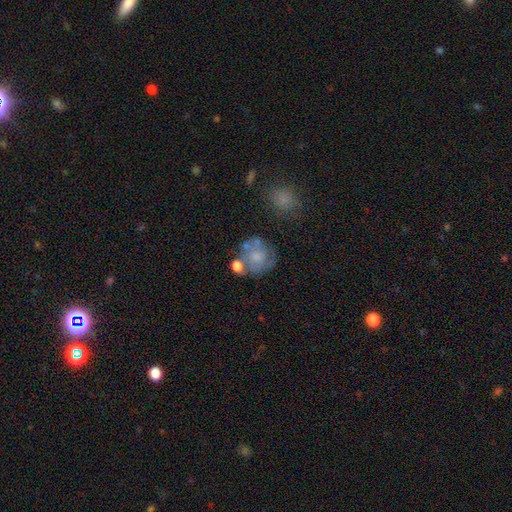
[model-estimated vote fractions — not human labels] smooth 46%, featured or disk 44%, star or artifact 10%. Down the decision tree: merging — none (50%).